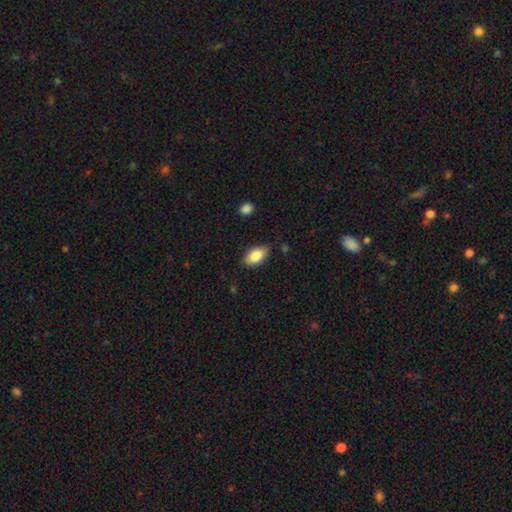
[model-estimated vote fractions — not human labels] A smooth galaxy with no disk features (86%) that is in between round and cigar-shaped (93%).

Vote fractions:
- Smooth or featured? smooth: 86% / star or artifact: 7% / featured or disk: 7%
- How rounded? in between: 93% / round: 5% / cigar-shaped: 3%
- Merging? none: 83% / minor disturbance: 13% / major disturbance: 3% / merger: 1%